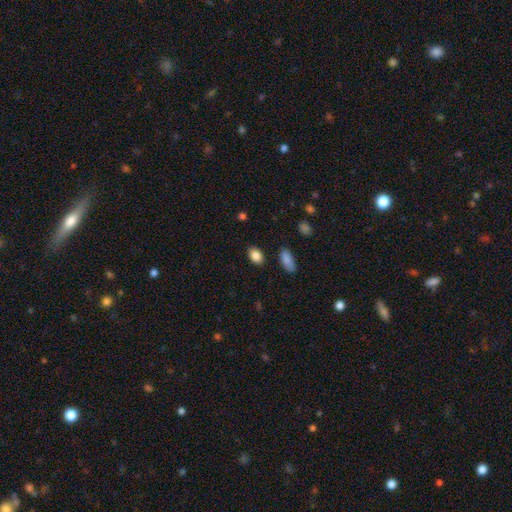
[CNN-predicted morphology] This is clearly a smooth galaxy (86%). How rounded: clearly in between (85%). Merging: clearly none (88%).